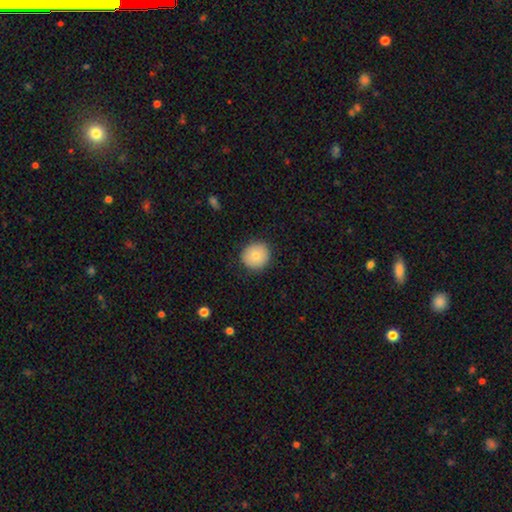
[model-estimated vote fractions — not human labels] A smooth galaxy with no disk features (79%) that is round (91%). Merging: none (89%).